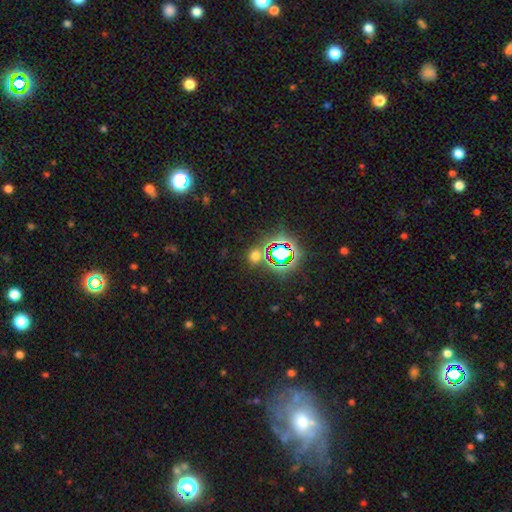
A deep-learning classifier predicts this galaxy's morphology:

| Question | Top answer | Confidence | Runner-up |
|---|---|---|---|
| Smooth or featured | smooth | 47% | star or artifact (45%) |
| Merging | none | 76% | minor disturbance (10%) |